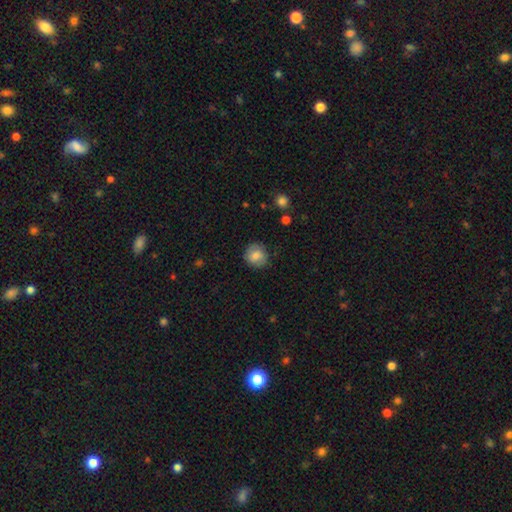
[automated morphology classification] Smooth or featured?
  - smooth: 77% *
  - featured or disk: 15%
  - star or artifact: 8%
How rounded?
  - round: 84% *
  - in between: 15%
  - cigar-shaped: 1%
Merging?
  - none: 82% *
  - minor disturbance: 13%
  - major disturbance: 3%
  - merger: 1%